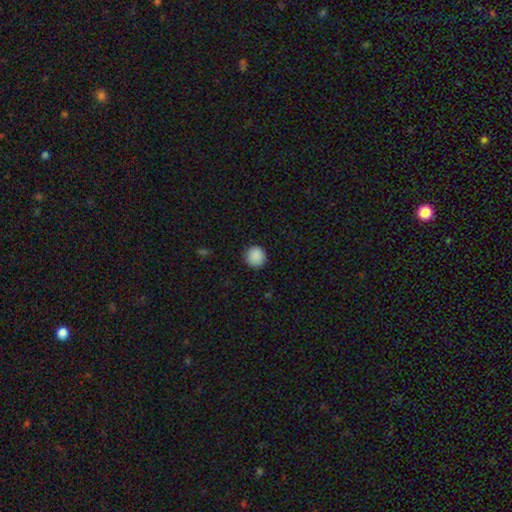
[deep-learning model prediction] A smooth galaxy with no disk features (89%) that is round (94%). Merging: none (91%).